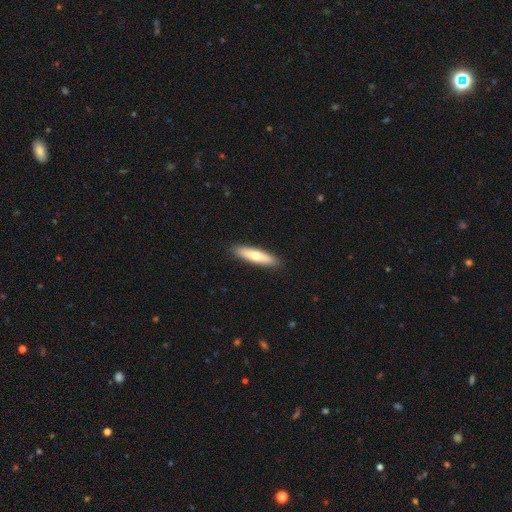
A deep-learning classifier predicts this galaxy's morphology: Overall: smooth (68%). How rounded: cigar-shaped (76%). Merging: none (91%).